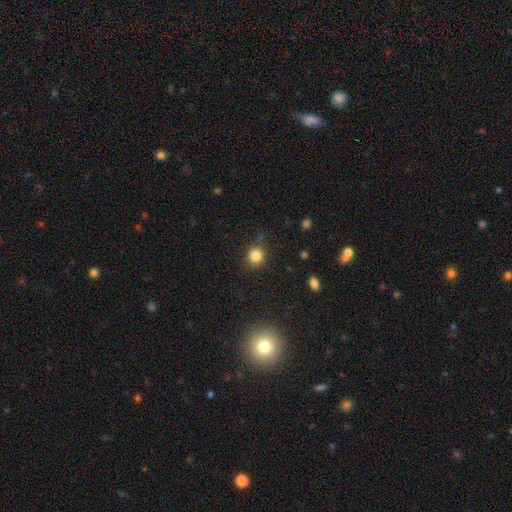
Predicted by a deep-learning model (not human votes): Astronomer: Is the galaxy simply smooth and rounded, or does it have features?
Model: smooth — 83%.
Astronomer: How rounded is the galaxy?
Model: round — 89%.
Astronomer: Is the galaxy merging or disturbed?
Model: none — 84%.